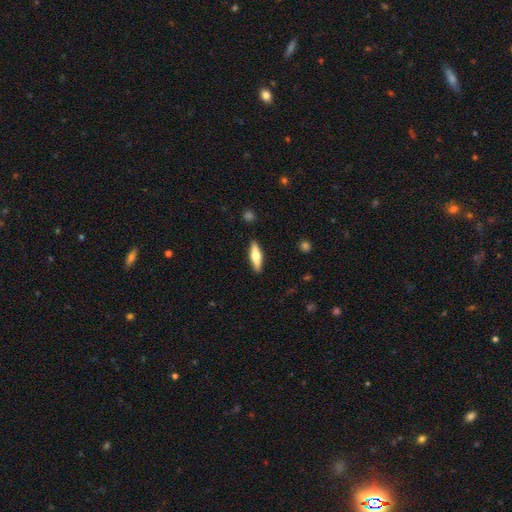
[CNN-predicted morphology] Smooth or featured?
  - smooth: 55% *
  - featured or disk: 39%
  - star or artifact: 6%
How rounded?
  - cigar-shaped: 62% *
  - in between: 35%
  - round: 2%
Merging?
  - none: 89% *
  - minor disturbance: 8%
  - major disturbance: 2%
  - merger: 1%